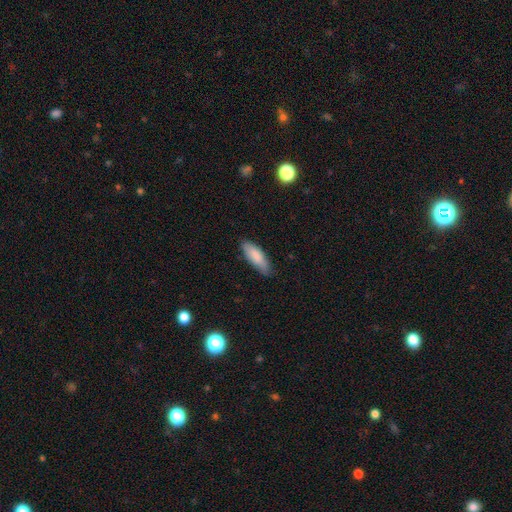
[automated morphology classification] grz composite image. It shows a smooth galaxy with no disk features (85%) that is in between round and cigar-shaped (62%). Merging: none (79%).